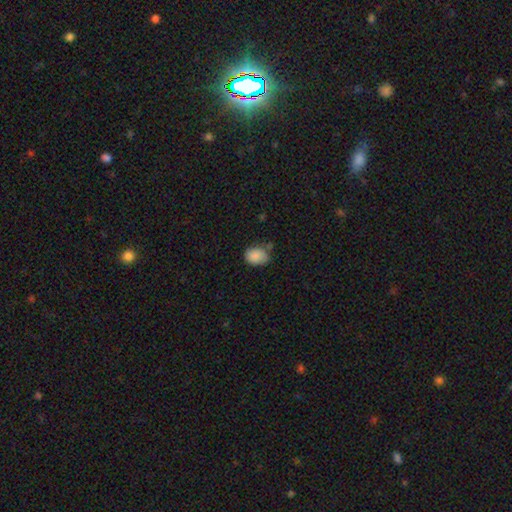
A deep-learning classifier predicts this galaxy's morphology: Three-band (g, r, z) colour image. It shows a smooth galaxy with no disk features (87%) that is in between round and cigar-shaped (61%). Merging: none (58%).